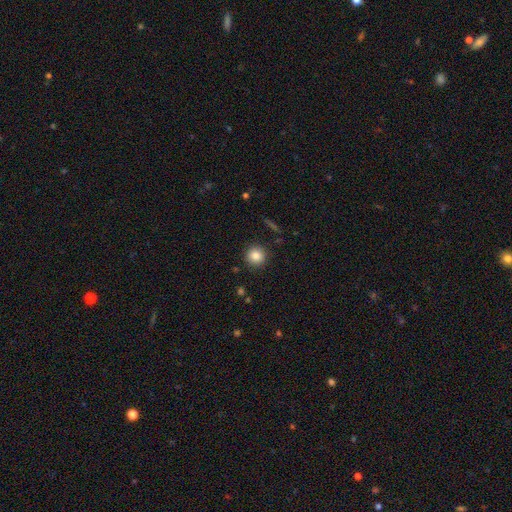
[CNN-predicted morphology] Smooth or featured? Predicted: smooth (p=0.84). How rounded? Predicted: round (p=0.94). Merging? Predicted: none (p=0.91).